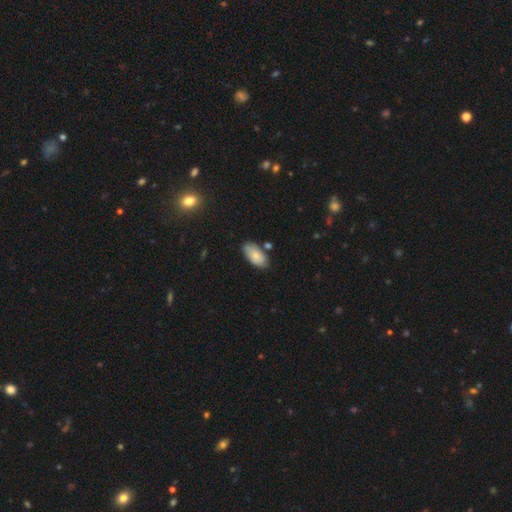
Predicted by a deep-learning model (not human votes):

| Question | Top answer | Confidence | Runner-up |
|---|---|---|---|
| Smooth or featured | smooth | 79% | featured or disk (14%) |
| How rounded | in between | 93% | cigar-shaped (4%) |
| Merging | none | 75% | minor disturbance (16%) |